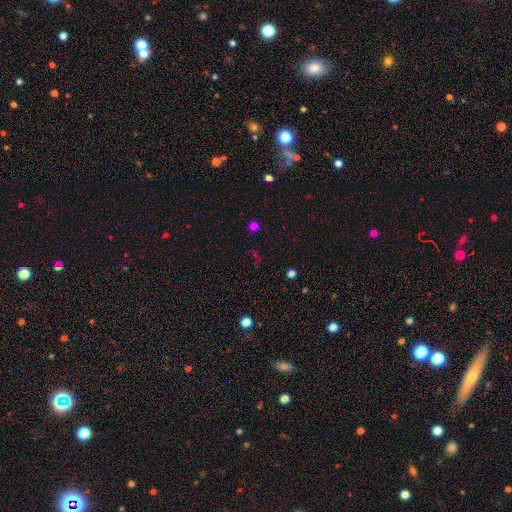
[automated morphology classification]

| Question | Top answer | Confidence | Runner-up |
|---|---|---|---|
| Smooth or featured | star or artifact | 53% | smooth (37%) |